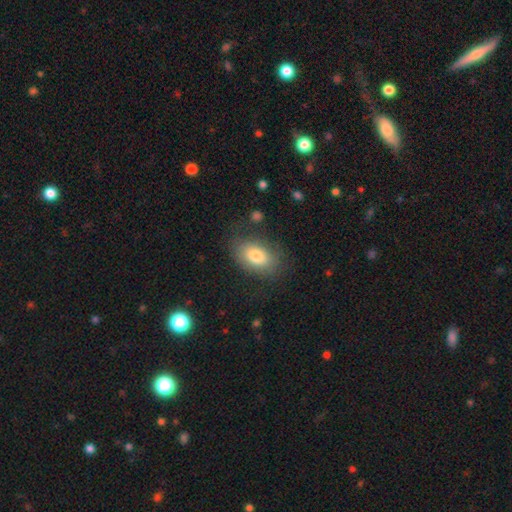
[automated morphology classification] Smooth or featured?
  - smooth: 78% *
  - featured or disk: 14%
  - star or artifact: 8%
How rounded?
  - in between: 85% *
  - round: 13%
  - cigar-shaped: 1%
Merging?
  - none: 76% *
  - minor disturbance: 16%
  - major disturbance: 7%
  - merger: 2%